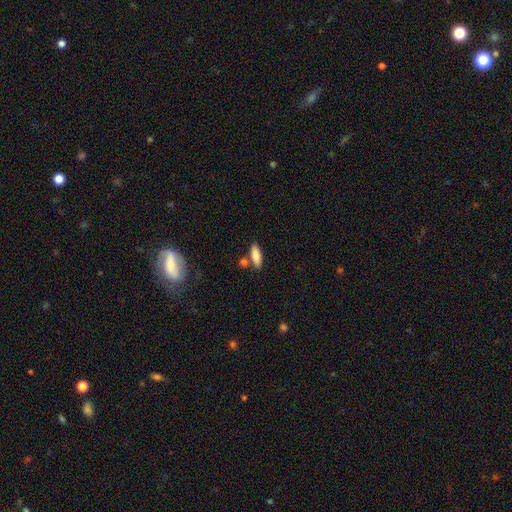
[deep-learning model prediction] Morphology: type=smooth (83%); roundness=in between (69%); merging=none (74%).